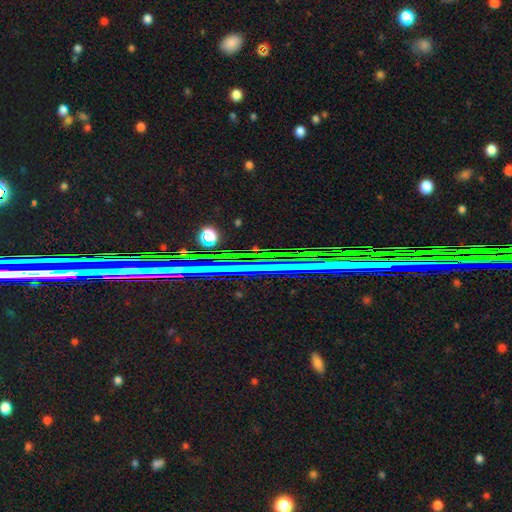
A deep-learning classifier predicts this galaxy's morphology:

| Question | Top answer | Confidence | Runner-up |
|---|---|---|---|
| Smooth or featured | star or artifact | 67% | featured or disk (22%) |